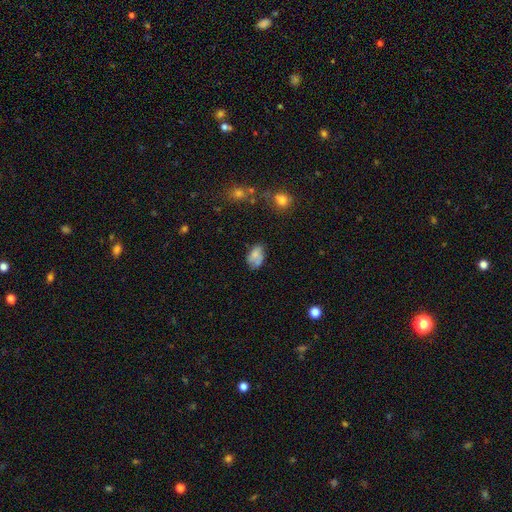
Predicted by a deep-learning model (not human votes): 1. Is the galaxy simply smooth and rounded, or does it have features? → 66% smooth, 24% featured or disk, 10% star or artifact.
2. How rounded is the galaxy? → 87% in between, 11% round, 2% cigar-shaped.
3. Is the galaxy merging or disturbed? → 51% none, 29% minor disturbance, 11% major disturbance, 9% merger.